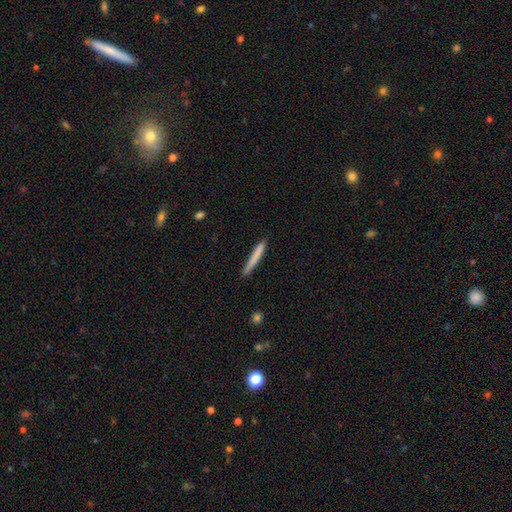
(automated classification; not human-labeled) The model was most divided on "smooth or featured": smooth: 74%, featured or disk: 20%, star or artifact: 6%. More confident: how rounded — cigar-shaped (97%); merging — none (88%).